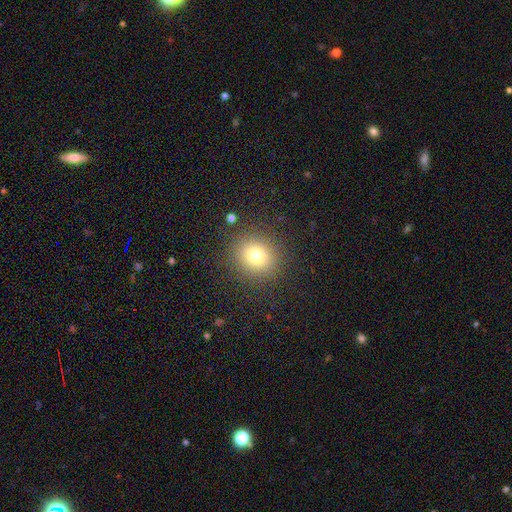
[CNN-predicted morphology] Smooth or featured: smooth — 75% (star or artifact — 15%)
How rounded: round — 86% (in between — 13%)
Merging: none — 88% (minor disturbance — 7%)